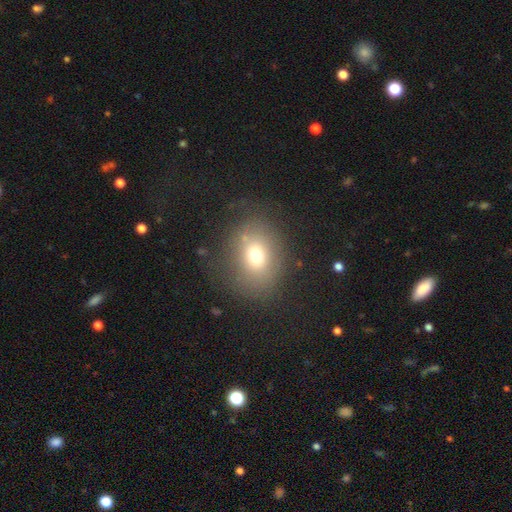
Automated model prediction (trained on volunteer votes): This is likely a smooth galaxy (70%). How rounded: possibly round (51%). Merging: likely none (71%).